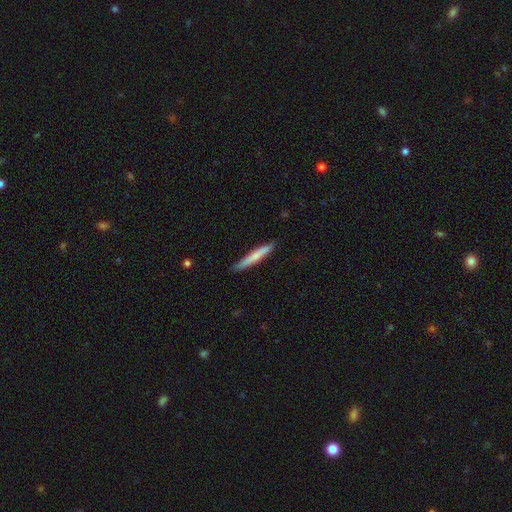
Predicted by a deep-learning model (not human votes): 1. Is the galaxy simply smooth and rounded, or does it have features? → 68% smooth, 27% featured or disk, 5% star or artifact.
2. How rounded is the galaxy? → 95% cigar-shaped, 4% in between, 1% round.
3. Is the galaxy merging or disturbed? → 87% none, 10% minor disturbance, 2% major disturbance, 1% merger.